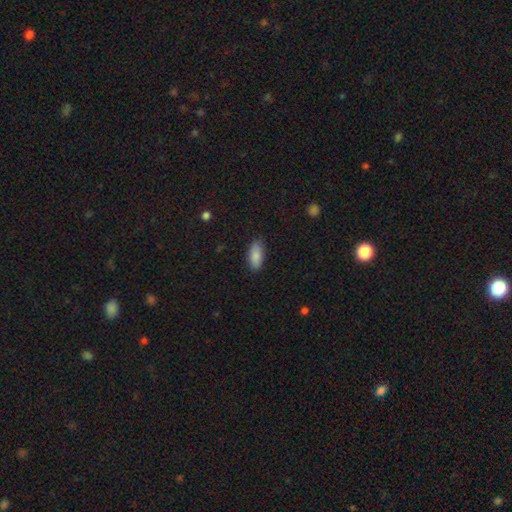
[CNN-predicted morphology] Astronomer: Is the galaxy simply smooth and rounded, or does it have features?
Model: smooth — 87%.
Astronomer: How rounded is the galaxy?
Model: in between — 84%.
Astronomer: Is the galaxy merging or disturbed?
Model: none — 85%.